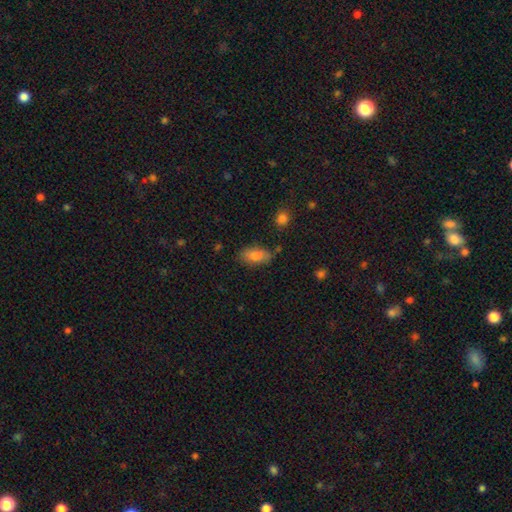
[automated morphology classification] Smooth or featured? Predicted: smooth (p=0.81). How rounded? Predicted: in between (p=0.89). Merging? Predicted: none (p=0.71).